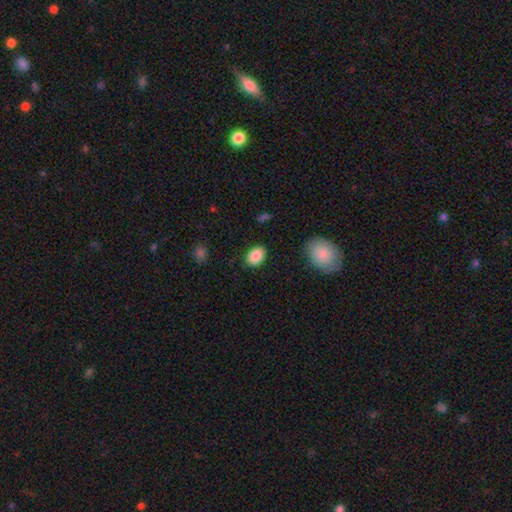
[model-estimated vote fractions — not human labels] Smooth or featured?
  - smooth: 88% *
  - star or artifact: 8%
  - featured or disk: 5%
How rounded?
  - in between: 81% *
  - round: 18%
  - cigar-shaped: 1%
Merging?
  - none: 86% *
  - minor disturbance: 10%
  - major disturbance: 3%
  - merger: 1%